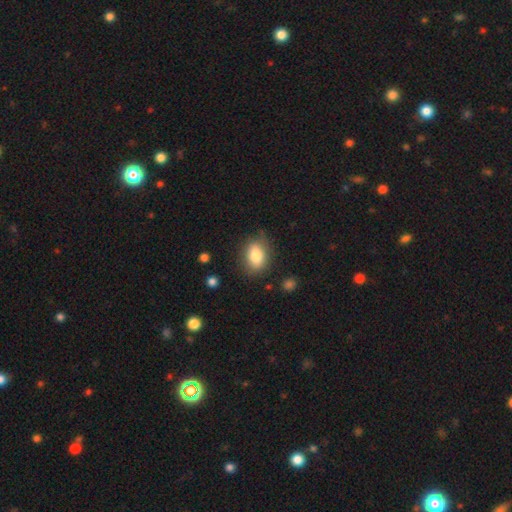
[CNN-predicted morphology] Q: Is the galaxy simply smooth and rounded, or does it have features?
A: smooth — 80%.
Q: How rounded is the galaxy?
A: in between — 77%.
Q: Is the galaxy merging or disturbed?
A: none — 77%.